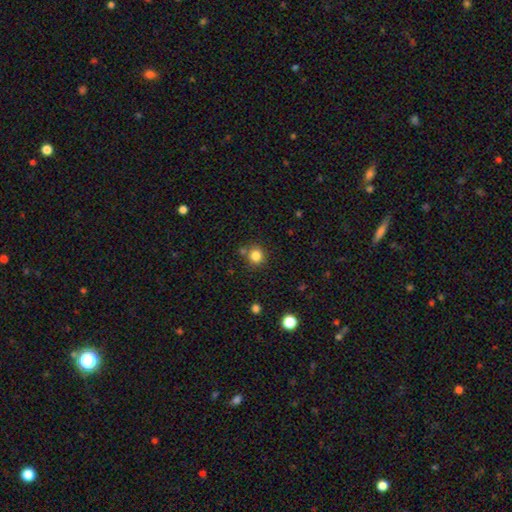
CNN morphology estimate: Q: Smooth or featured?
A: smooth (83%); runner-up: star or artifact (12%)
Q: How rounded?
A: round (90%); runner-up: in between (9%)
Q: Merging?
A: none (74%); runner-up: merger (12%)